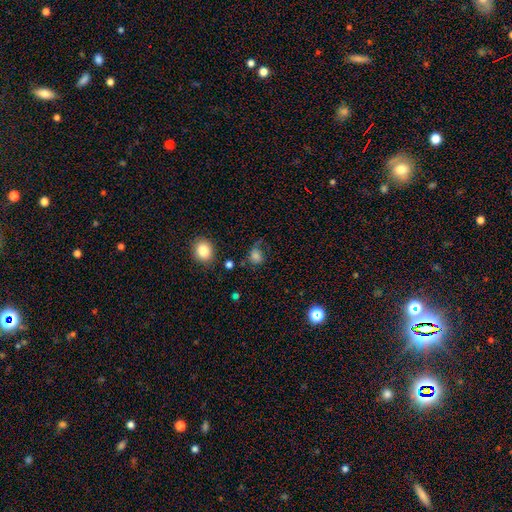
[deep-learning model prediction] smooth 77%, star or artifact 15%, featured or disk 8%. Down the decision tree: how rounded — round (67%); merging — none (56%).